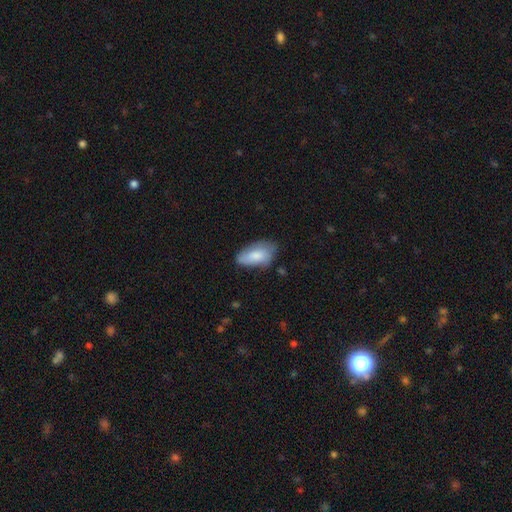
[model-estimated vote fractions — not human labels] Smooth or featured: smooth — 79% (featured or disk — 15%)
How rounded: in between — 93% (cigar-shaped — 4%)
Merging: none — 57% (minor disturbance — 32%)